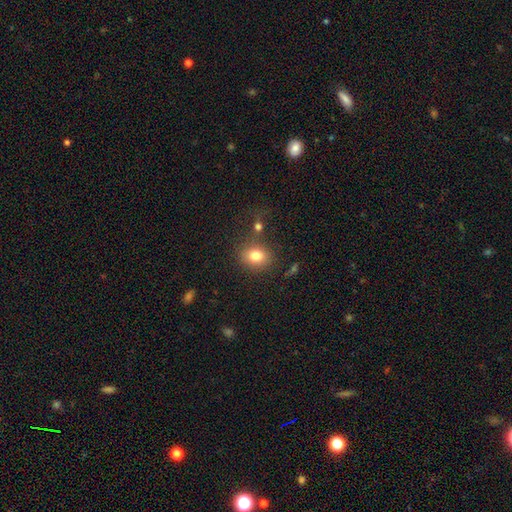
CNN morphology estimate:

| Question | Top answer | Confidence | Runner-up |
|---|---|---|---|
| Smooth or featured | smooth | 80% | star or artifact (11%) |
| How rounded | round | 54% | in between (45%) |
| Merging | none | 75% | minor disturbance (12%) |